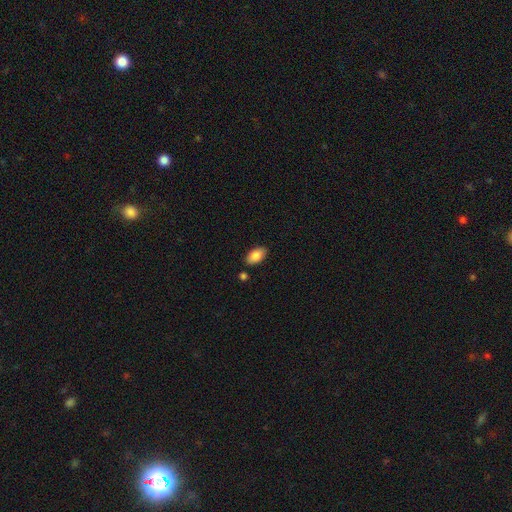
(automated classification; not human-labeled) Q: Smooth or featured?
A: smooth (85%); runner-up: featured or disk (8%)
Q: How rounded?
A: in between (94%); runner-up: round (4%)
Q: Merging?
A: none (84%); runner-up: minor disturbance (11%)